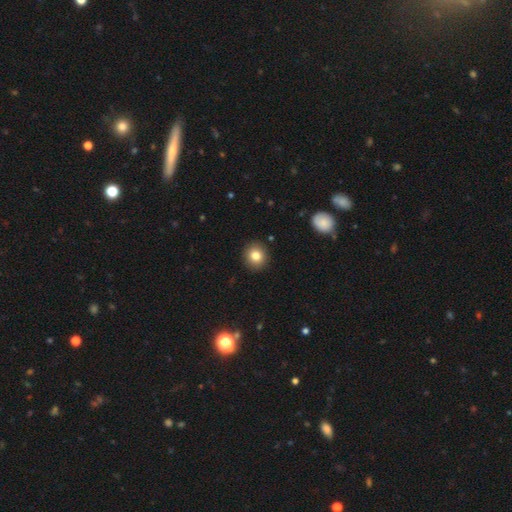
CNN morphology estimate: Smooth or featured? smooth (82%)
How rounded? round (88%)
Merging? none (91%)